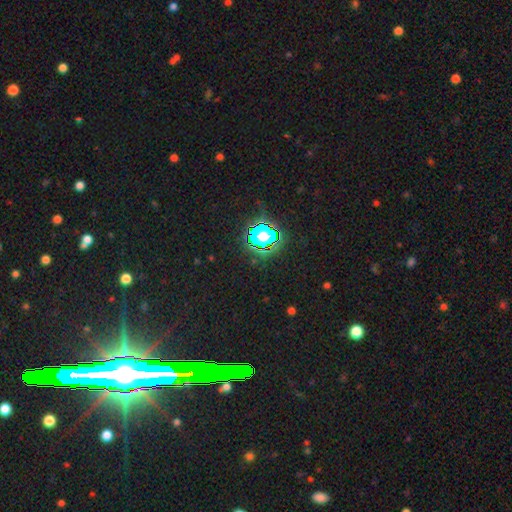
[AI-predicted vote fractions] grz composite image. It shows a star or artifact, not a galaxy (83%).